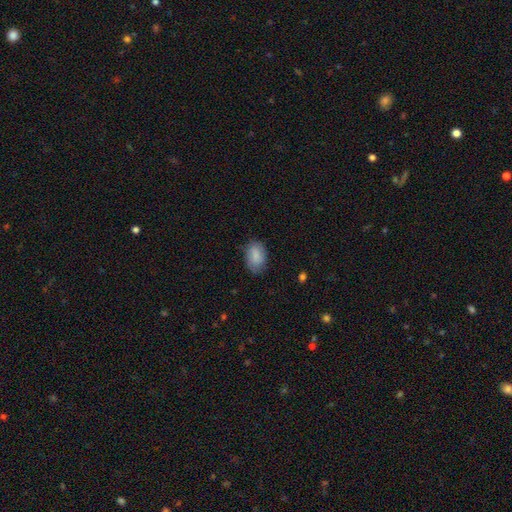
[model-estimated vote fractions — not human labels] smooth_or_featured: smooth (p=0.82) [alt: featured or disk p=0.11]
how_rounded: in between (p=0.87) [alt: round p=0.12]
merging: none (p=0.77) [alt: minor disturbance p=0.18]